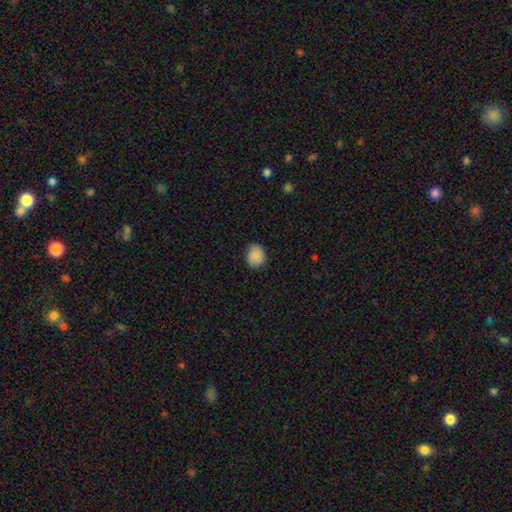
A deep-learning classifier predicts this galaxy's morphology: Smooth or featured: smooth — 88% (star or artifact — 8%)
How rounded: round — 67% (in between — 32%)
Merging: none — 82% (minor disturbance — 14%)